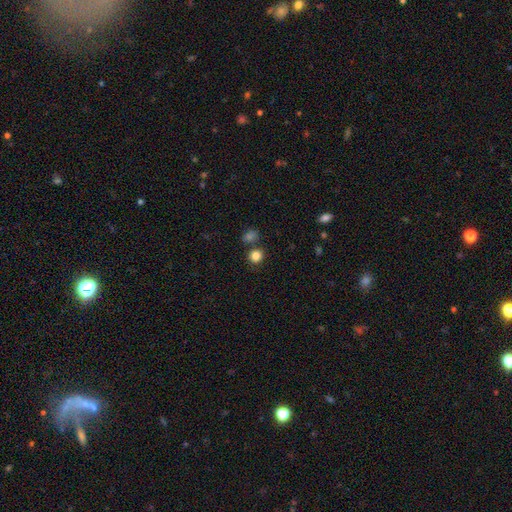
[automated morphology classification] type=smooth (84%); roundness=round (82%); merging=none (75%).